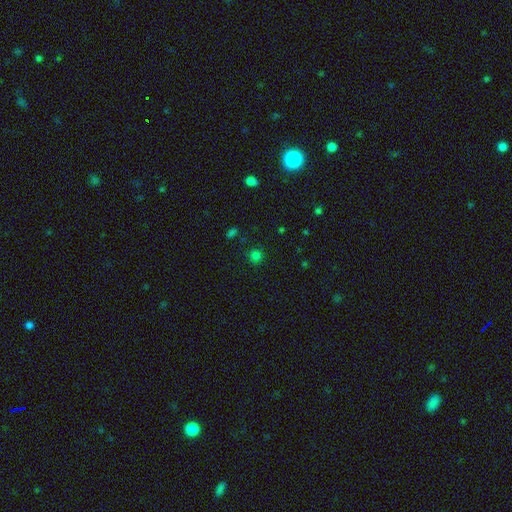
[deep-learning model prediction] This appears to be a smooth galaxy with no disk features (76%) that is round (92%). Merging: none (88%).